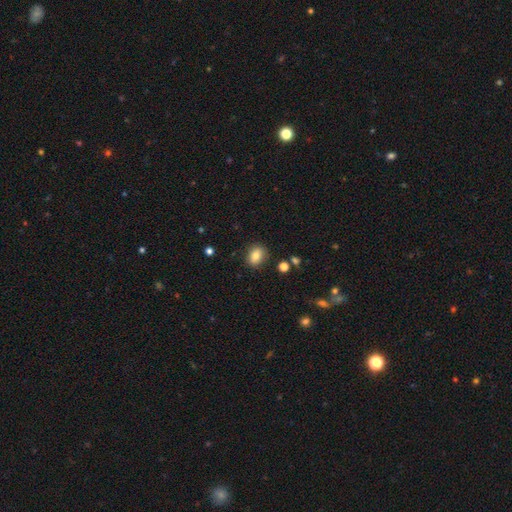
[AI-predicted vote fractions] A smooth galaxy with no disk features (82%) that is in between round and cigar-shaped (61%).

Vote fractions:
- Smooth or featured? smooth: 82% / star or artifact: 10% / featured or disk: 8%
- How rounded? in between: 61% / round: 38% / cigar-shaped: 1%
- Merging? none: 85% / minor disturbance: 10% / major disturbance: 3% / merger: 2%